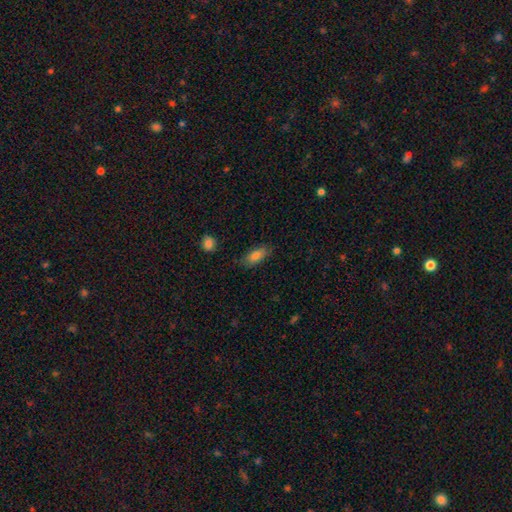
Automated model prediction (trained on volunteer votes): smooth 80%, featured or disk 12%, star or artifact 8%. Down the decision tree: how rounded — in between (81%); merging — none (78%).